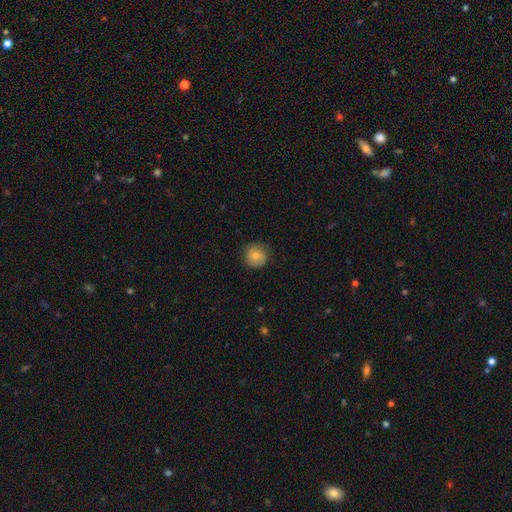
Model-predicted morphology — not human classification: smooth-or-featured: smooth: 79% | featured or disk: 13% | star or artifact: 9%
  how-rounded: round: 91% | in between: 8% | cigar-shaped: 1%
  merging: none: 82% | minor disturbance: 14% | major disturbance: 3% | merger: 1%